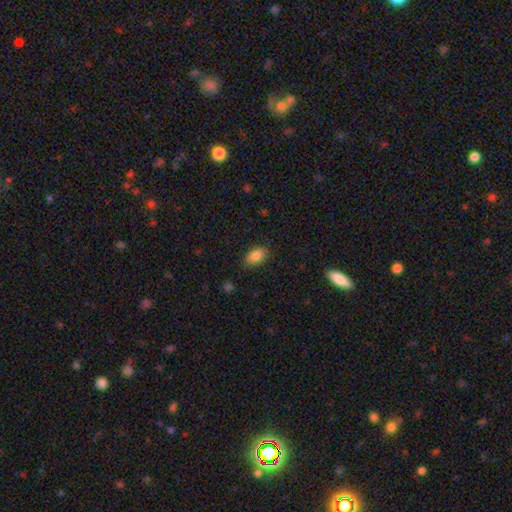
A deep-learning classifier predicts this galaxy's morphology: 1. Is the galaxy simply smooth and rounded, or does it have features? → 86% smooth, 8% star or artifact, 6% featured or disk.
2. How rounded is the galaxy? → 89% in between, 9% round, 2% cigar-shaped.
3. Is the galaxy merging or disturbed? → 84% none, 12% minor disturbance, 3% major disturbance, 1% merger.